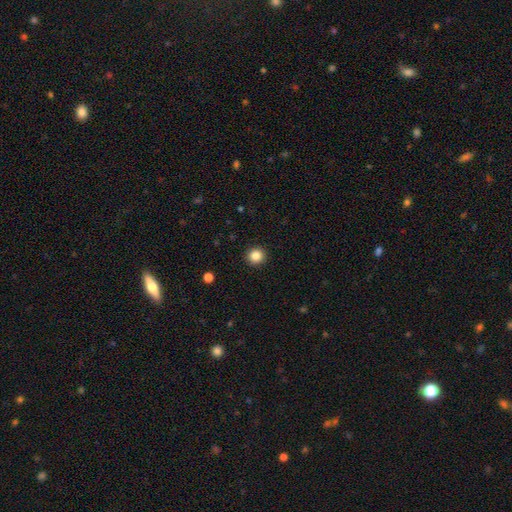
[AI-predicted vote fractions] Q: Smooth or featured?
A: smooth (85%); runner-up: star or artifact (11%)
Q: How rounded?
A: round (93%); runner-up: in between (6%)
Q: Merging?
A: none (93%); runner-up: minor disturbance (5%)